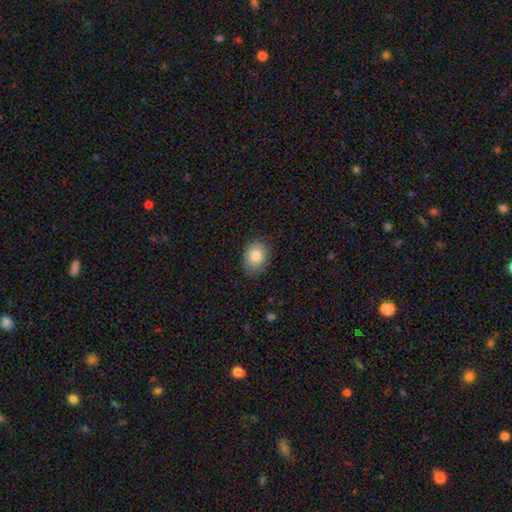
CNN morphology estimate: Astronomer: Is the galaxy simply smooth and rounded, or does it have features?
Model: smooth — 81%.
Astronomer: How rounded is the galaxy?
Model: in between — 64%.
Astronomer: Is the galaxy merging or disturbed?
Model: none — 80%.